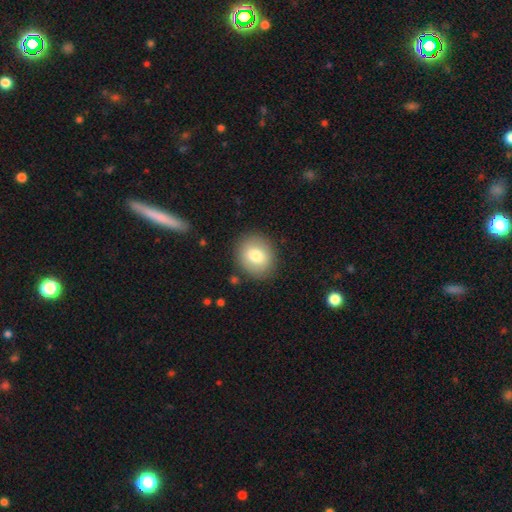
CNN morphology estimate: Smooth or featured?
  - smooth: 78% *
  - featured or disk: 13%
  - star or artifact: 8%
How rounded?
  - round: 72% *
  - in between: 27%
  - cigar-shaped: 1%
Merging?
  - none: 86% *
  - minor disturbance: 9%
  - major disturbance: 3%
  - merger: 1%